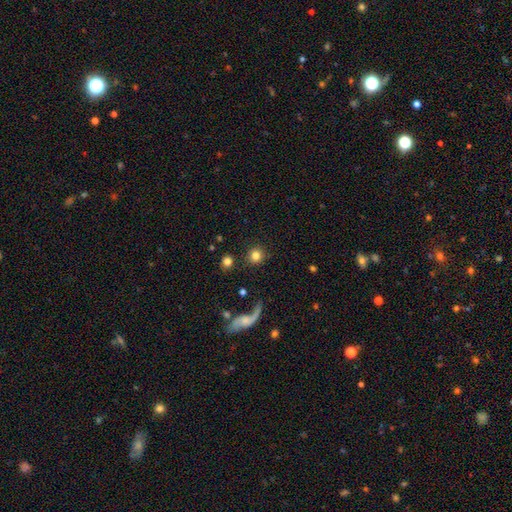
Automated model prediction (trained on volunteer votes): Smooth or featured?
  - smooth: 80% *
  - featured or disk: 10%
  - star or artifact: 9%
How rounded?
  - round: 94% *
  - in between: 5%
  - cigar-shaped: 1%
Merging?
  - none: 86% *
  - minor disturbance: 6%
  - major disturbance: 4%
  - merger: 4%